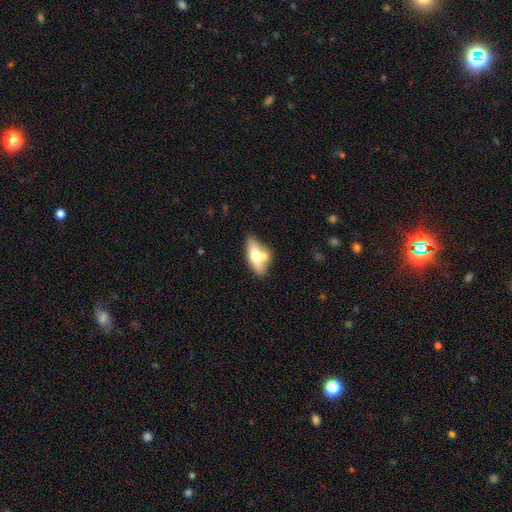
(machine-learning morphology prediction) smooth_or_featured: smooth (p=0.59) [alt: featured or disk p=0.34]
how_rounded: in between (p=0.75) [alt: cigar-shaped p=0.20]
merging: none (p=0.47) [alt: merger p=0.35]